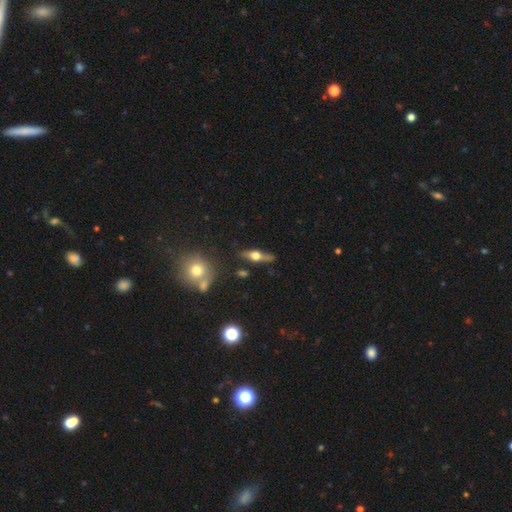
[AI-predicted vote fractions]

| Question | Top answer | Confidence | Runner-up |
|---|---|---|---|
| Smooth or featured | featured or disk | 65% | smooth (29%) |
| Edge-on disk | yes | 92% | no (8%) |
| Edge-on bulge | rounded | 95% | boxy (3%) |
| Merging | none | 83% | minor disturbance (11%) |